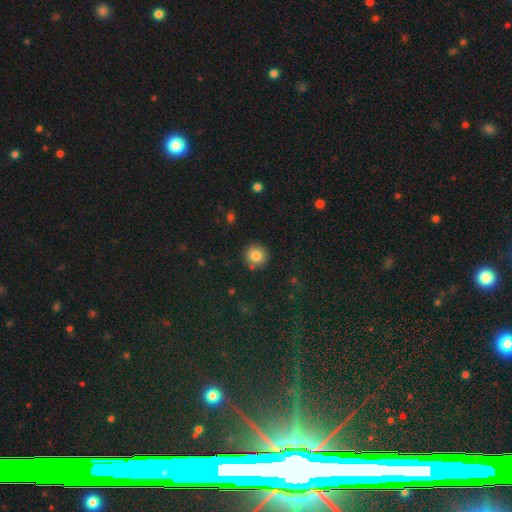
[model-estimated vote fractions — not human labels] smooth 81%, star or artifact 10%, featured or disk 8%. Down the decision tree: how rounded — round (93%); merging — none (87%).